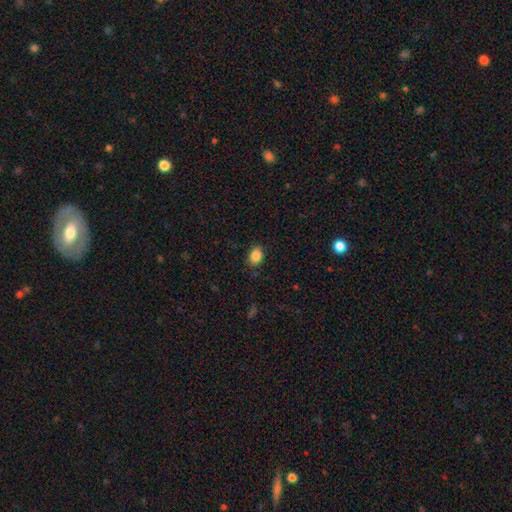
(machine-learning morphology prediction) type=smooth (86%); roundness=in between (68%); merging=none (86%).